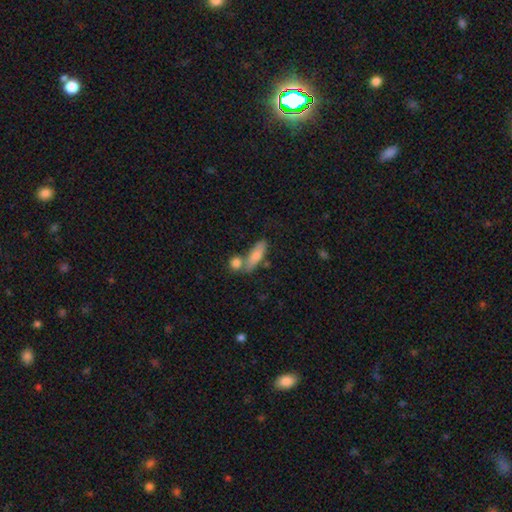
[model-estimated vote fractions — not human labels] smooth-or-featured: smooth: 70% | featured or disk: 21% | star or artifact: 8%
  how-rounded: cigar-shaped: 55% | in between: 41% | round: 4%
  merging: none: 55% | merger: 26% | minor disturbance: 14% | major disturbance: 5%